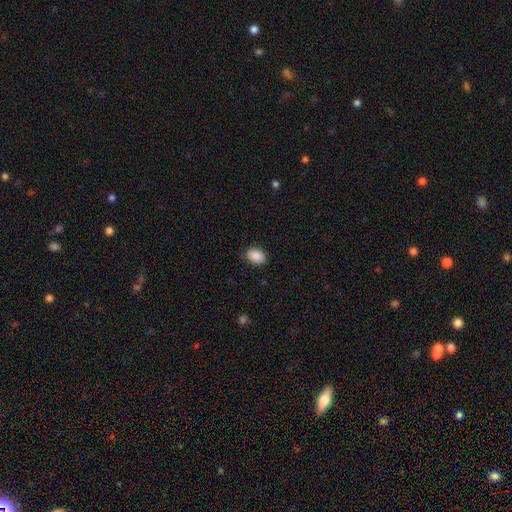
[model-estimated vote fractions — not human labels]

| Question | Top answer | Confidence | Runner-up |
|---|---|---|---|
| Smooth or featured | smooth | 87% | star or artifact (8%) |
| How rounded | in between | 78% | round (21%) |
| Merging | none | 84% | minor disturbance (12%) |